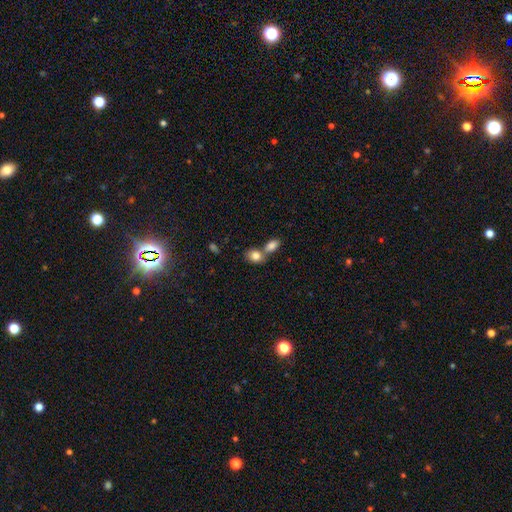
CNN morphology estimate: The model was most divided on "merging": merger: 52%, none: 37%, minor disturbance: 8%, major disturbance: 3%. More confident: smooth or featured — smooth (83%); how rounded — in between (66%).